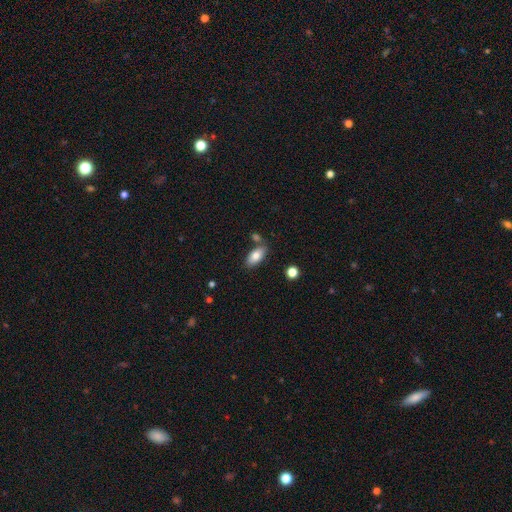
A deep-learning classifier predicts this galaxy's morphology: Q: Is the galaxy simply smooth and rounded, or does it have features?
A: smooth — 78%.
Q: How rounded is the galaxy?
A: in between — 89%.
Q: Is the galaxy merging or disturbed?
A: none — 74%.